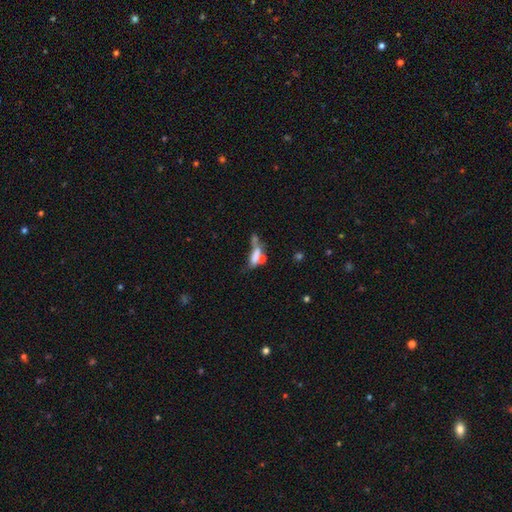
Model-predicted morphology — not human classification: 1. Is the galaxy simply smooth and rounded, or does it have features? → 53% smooth, 32% featured or disk, 14% star or artifact.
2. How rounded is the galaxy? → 52% cigar-shaped, 42% in between, 6% round.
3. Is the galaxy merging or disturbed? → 43% merger, 23% none, 20% major disturbance, 14% minor disturbance.